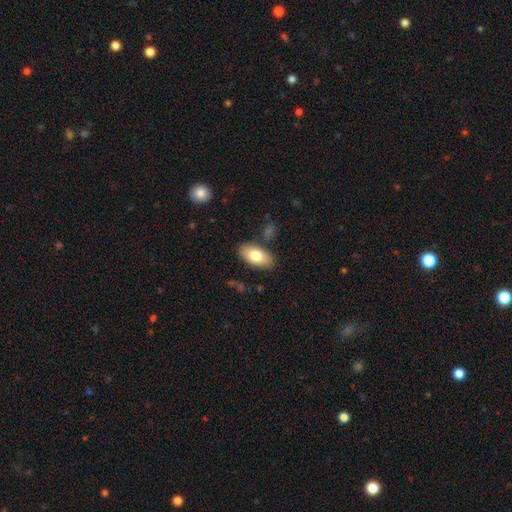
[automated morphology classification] Smooth or featured?
  - smooth: 77% *
  - featured or disk: 17%
  - star or artifact: 6%
How rounded?
  - in between: 93% *
  - round: 4%
  - cigar-shaped: 4%
Merging?
  - none: 84% *
  - minor disturbance: 11%
  - merger: 3%
  - major disturbance: 3%